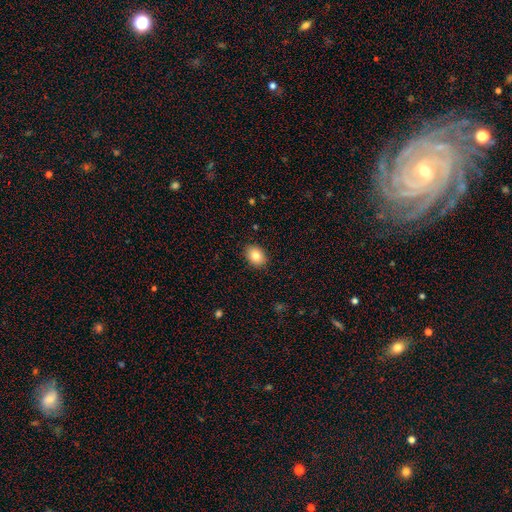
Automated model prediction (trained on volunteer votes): smooth_or_featured: smooth (p=0.84) [alt: star or artifact p=0.08]
how_rounded: in between (p=0.63) [alt: round p=0.36]
merging: none (p=0.89) [alt: minor disturbance p=0.08]